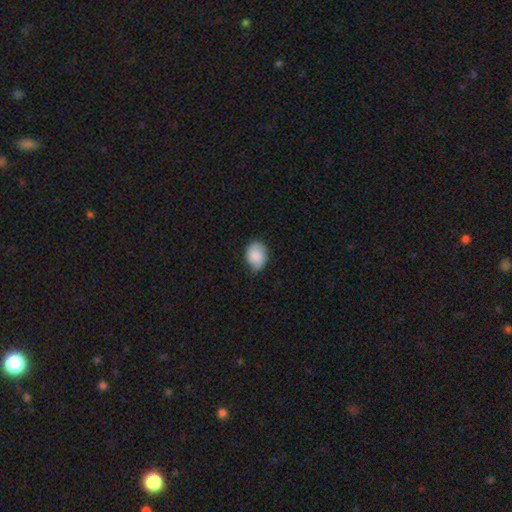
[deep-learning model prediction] The model was most divided on "how rounded": in between: 67%, round: 32%, cigar-shaped: 1%. More confident: smooth or featured — smooth (84%); merging — none (64%).